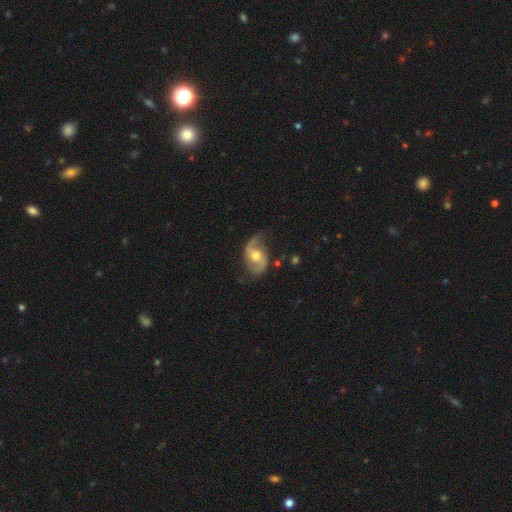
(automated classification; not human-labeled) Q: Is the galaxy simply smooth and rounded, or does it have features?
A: featured or disk — 83%.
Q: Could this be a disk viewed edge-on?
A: no — 97%.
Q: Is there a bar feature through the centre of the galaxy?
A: no — 51%.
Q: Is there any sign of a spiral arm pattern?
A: yes — 94%.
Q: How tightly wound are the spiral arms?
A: loose — 50%.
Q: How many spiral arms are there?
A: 2 — 89%.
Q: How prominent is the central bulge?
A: moderate — 71%.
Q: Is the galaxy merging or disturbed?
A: none — 67%.